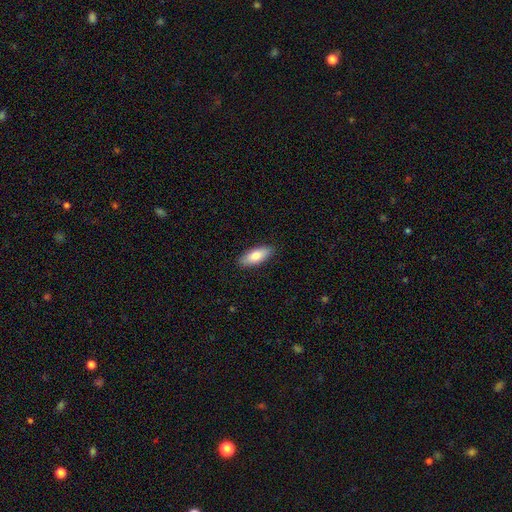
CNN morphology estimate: Q: Smooth or featured?
A: smooth (80%); runner-up: featured or disk (14%)
Q: How rounded?
A: in between (76%); runner-up: cigar-shaped (22%)
Q: Merging?
A: none (88%); runner-up: minor disturbance (9%)